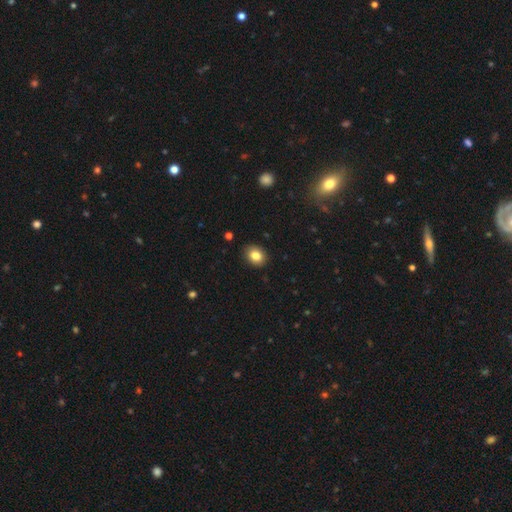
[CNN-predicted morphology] Overall: smooth (84%). How rounded: in between (53%; round 46%). Merging: none (89%).